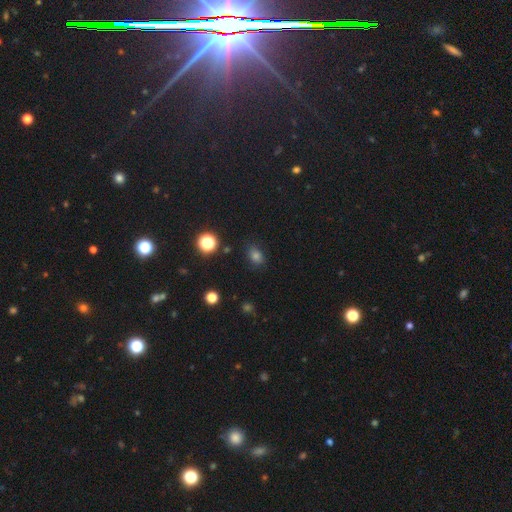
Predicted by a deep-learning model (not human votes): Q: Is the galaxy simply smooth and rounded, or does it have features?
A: smooth — 74%.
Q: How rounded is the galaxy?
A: in between — 68%.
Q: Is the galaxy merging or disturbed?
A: none — 81%.